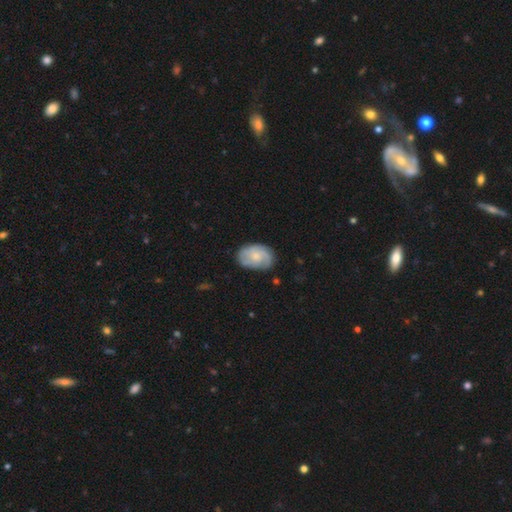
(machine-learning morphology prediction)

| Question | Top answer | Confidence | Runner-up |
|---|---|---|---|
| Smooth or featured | featured or disk | 54% | smooth (40%) |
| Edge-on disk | no | 97% | yes (3%) |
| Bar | no | 76% | weak (22%) |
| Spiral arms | yes | 82% | no (18%) |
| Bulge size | small | 44% | moderate (41%) |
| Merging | none | 71% | minor disturbance (22%) |